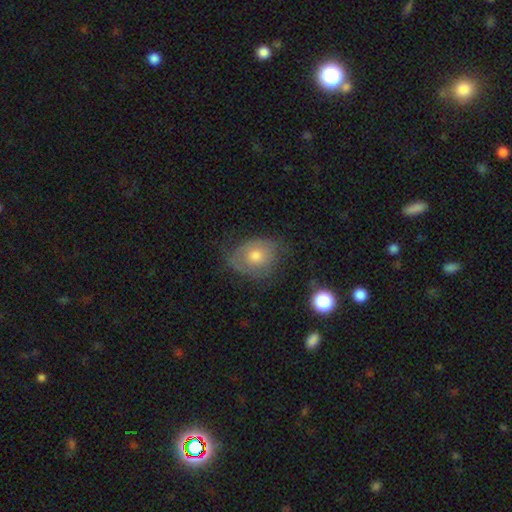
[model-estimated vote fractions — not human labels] Smooth or featured?
  - smooth: 57% *
  - featured or disk: 35%
  - star or artifact: 9%
How rounded?
  - in between: 51% *
  - round: 48%
  - cigar-shaped: 1%
Merging?
  - none: 55% *
  - minor disturbance: 30%
  - major disturbance: 13%
  - merger: 2%